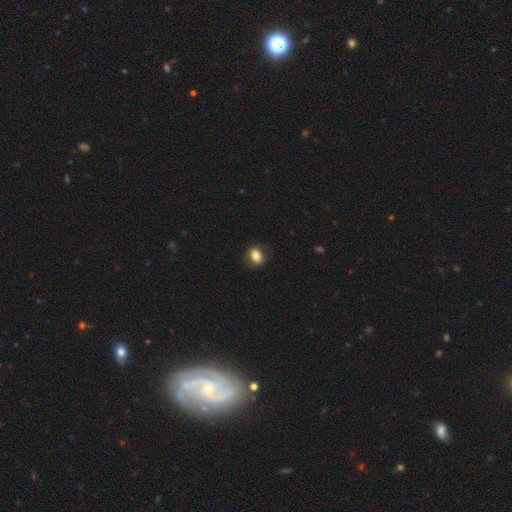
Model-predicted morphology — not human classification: type=smooth (82%); roundness=in between (59%); merging=none (84%).